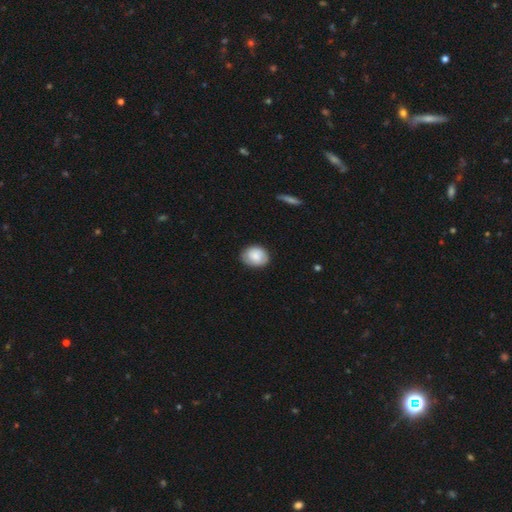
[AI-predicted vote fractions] The model was most divided on "how rounded": in between: 53%, round: 46%, cigar-shaped: 1%. More confident: smooth or featured — smooth (83%); merging — none (80%).